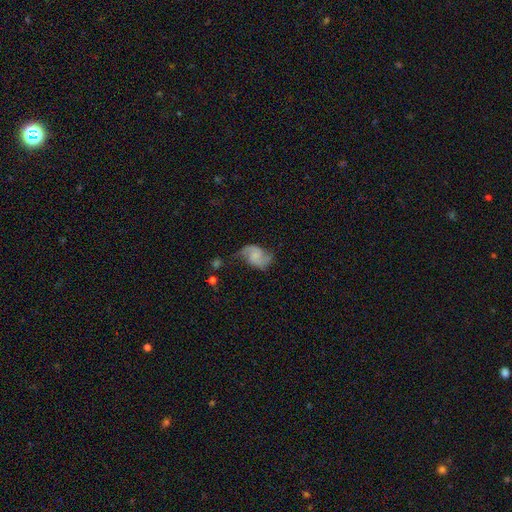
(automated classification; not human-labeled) A featured or disk galaxy (68%) with no bar (52%), 2 (89%) loose (51%) spiral arms (92%) and no central bulge (50%).

Vote fractions:
- Smooth or featured? featured or disk: 68% / smooth: 24% / star or artifact: 8%
- Edge-on disk? no: 97% / yes: 3%
- Bar? no: 52% / weak: 39% / strong: 9%
- Spiral arms? yes: 92% / no: 8%
- Spiral winding? loose: 51% / medium: 37% / tight: 12%
- Spiral arm count? 2: 89% / can't tell: 5% / 1: 3% / 3: 1% / 4: 1% / more than 4: 1%
- Bulge size? none: 50% / small: 27% / moderate: 16% / large: 5% / dominant: 2%
- Merging? none: 56% / minor disturbance: 26% / major disturbance: 15% / merger: 4%